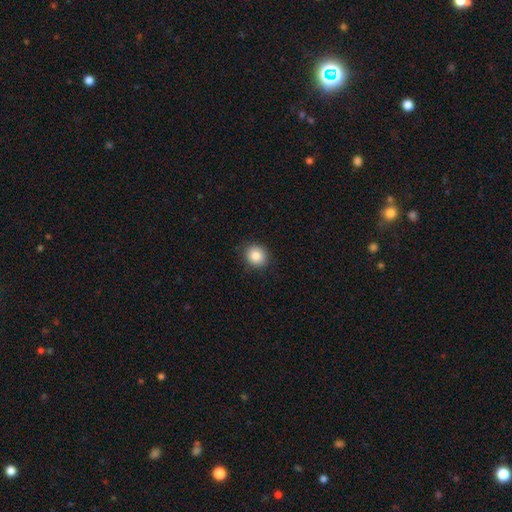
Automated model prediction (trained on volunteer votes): Morphology: type=smooth (85%); roundness=round (81%); merging=none (88%).